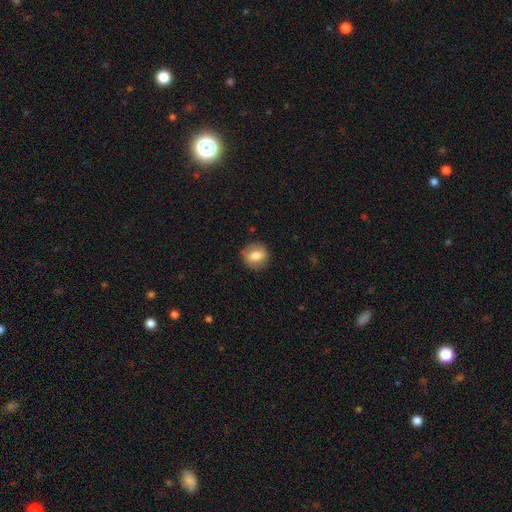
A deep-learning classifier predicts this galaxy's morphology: Overall: smooth (70%). How rounded: round (74%). Merging: none (84%).